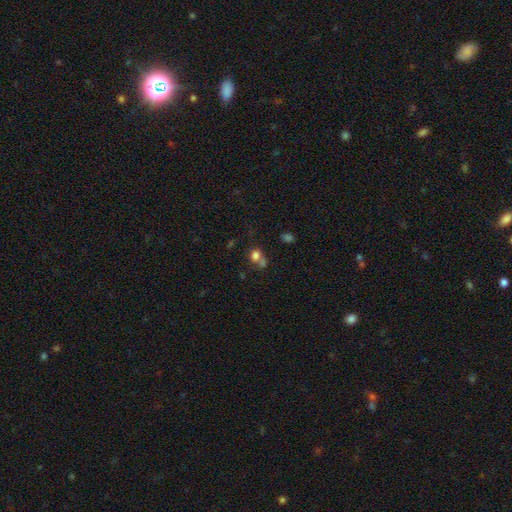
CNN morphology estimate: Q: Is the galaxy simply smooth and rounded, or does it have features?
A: smooth — 75%.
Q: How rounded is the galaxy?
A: round — 71%.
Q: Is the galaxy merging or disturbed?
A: none — 42%.